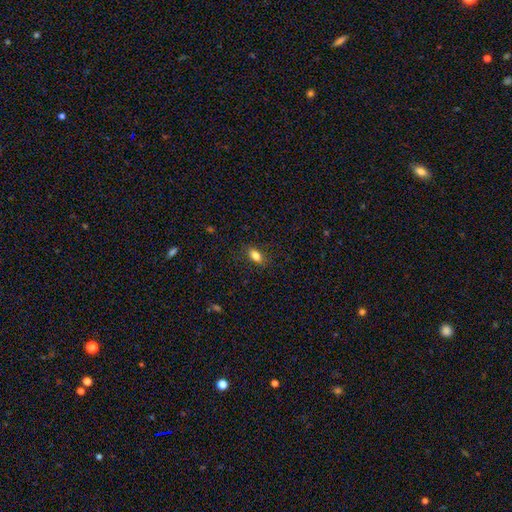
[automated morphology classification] smooth_or_featured: smooth (p=0.83) [alt: star or artifact p=0.09]
how_rounded: in between (p=0.86) [alt: round p=0.09]
merging: none (p=0.85) [alt: minor disturbance p=0.11]